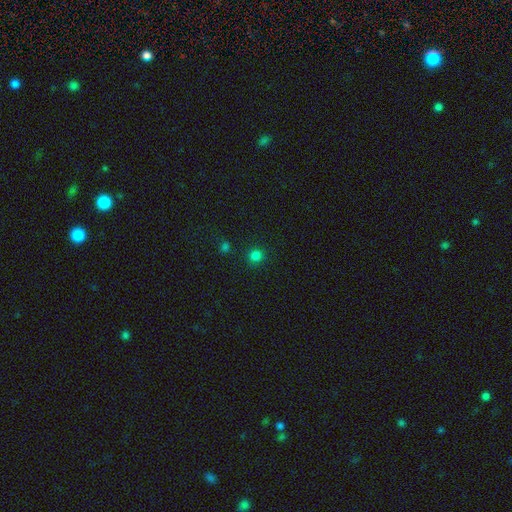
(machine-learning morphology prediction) Smooth or featured?
  - smooth: 80% *
  - star or artifact: 17%
  - featured or disk: 4%
How rounded?
  - round: 94% *
  - in between: 5%
  - cigar-shaped: 1%
Merging?
  - none: 88% *
  - minor disturbance: 6%
  - merger: 3%
  - major disturbance: 3%